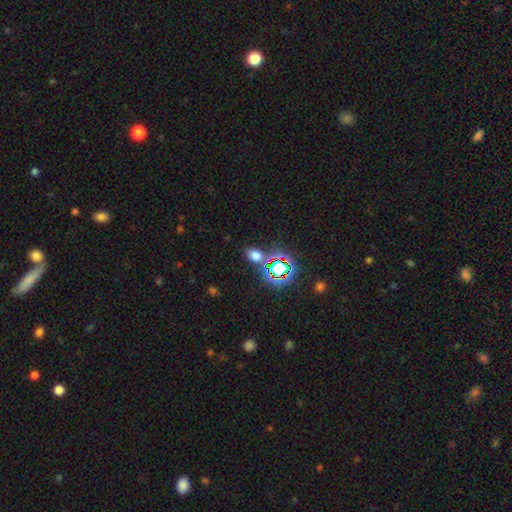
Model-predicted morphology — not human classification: This is possibly a smooth galaxy (59%). How rounded: likely in between (63%). Merging: likely none (76%).